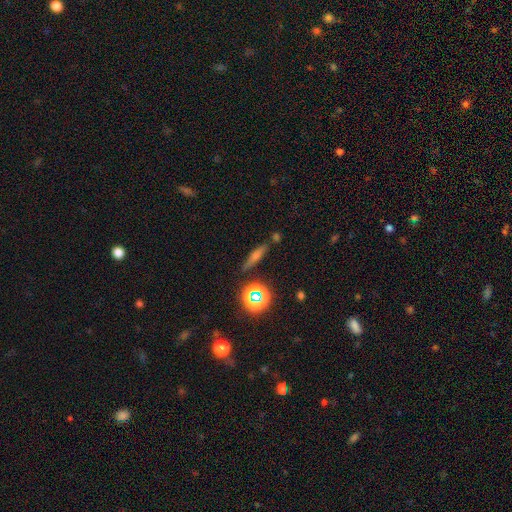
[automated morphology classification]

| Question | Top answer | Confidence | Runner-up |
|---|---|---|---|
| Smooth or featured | smooth | 41% | featured or disk (38%) |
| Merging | none | 82% | minor disturbance (10%) |